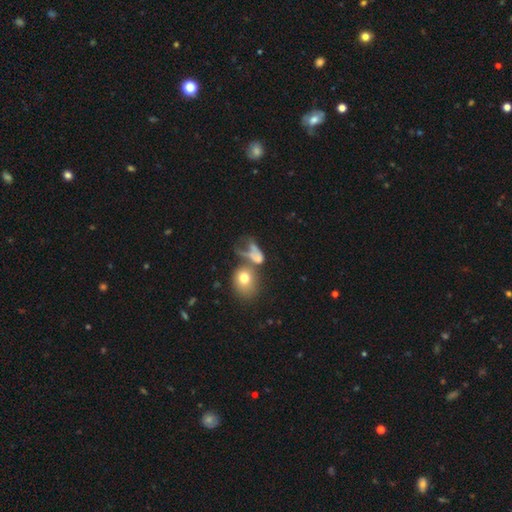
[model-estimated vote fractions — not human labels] Overall: smooth (59%; featured or disk 28%). How rounded: in between (65%; round 31%). Merging: merger (41%; major disturbance 30%).